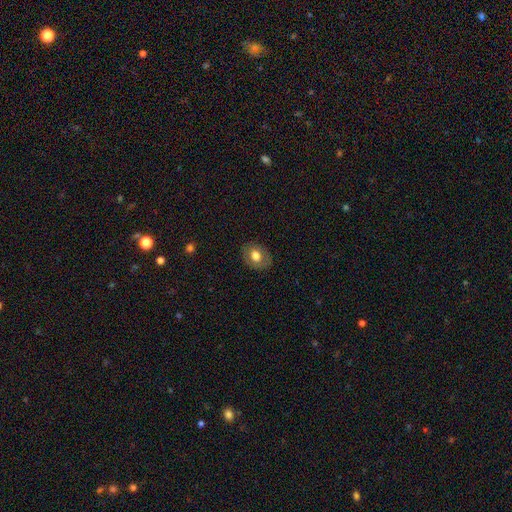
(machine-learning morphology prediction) A smooth galaxy with no disk features (68%) that is in between round and cigar-shaped (60%). Merging: none (85%).